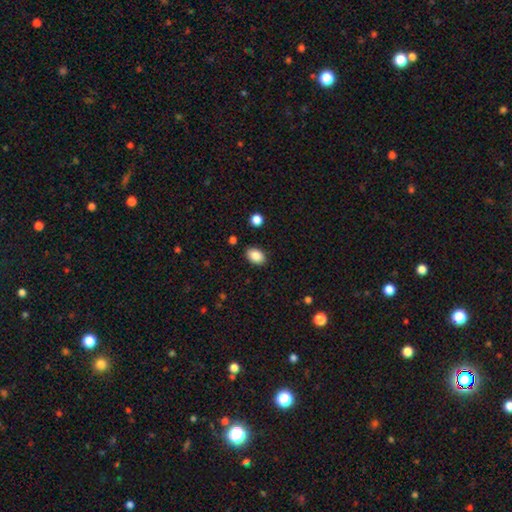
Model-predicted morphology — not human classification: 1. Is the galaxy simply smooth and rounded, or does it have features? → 87% smooth, 8% star or artifact, 5% featured or disk.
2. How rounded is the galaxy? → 83% in between, 16% round, 1% cigar-shaped.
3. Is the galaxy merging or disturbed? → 87% none, 9% minor disturbance, 2% major disturbance, 2% merger.